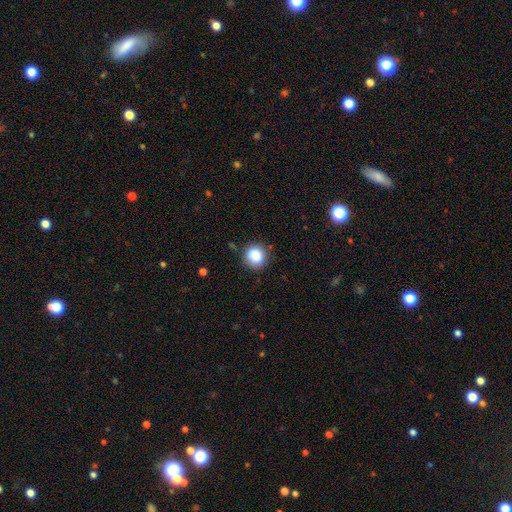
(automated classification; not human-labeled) Morphology: type=smooth (87%); roundness=round (91%); merging=none (85%).